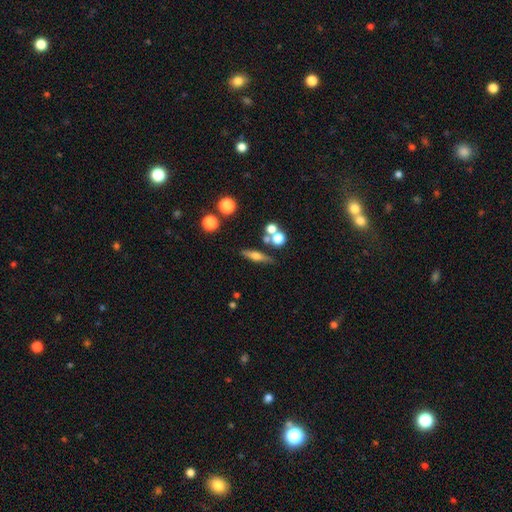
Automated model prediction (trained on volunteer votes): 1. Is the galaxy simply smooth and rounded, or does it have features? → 47% smooth, 43% featured or disk, 10% star or artifact.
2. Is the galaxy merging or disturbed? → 71% none, 13% merger, 11% minor disturbance, 4% major disturbance.